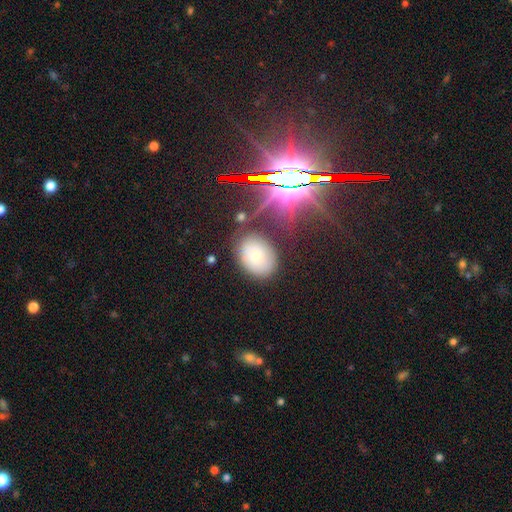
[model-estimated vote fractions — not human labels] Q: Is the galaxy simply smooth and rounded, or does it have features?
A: smooth — 69%.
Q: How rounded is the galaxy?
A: in between — 69%.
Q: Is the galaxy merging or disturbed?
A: none — 78%.